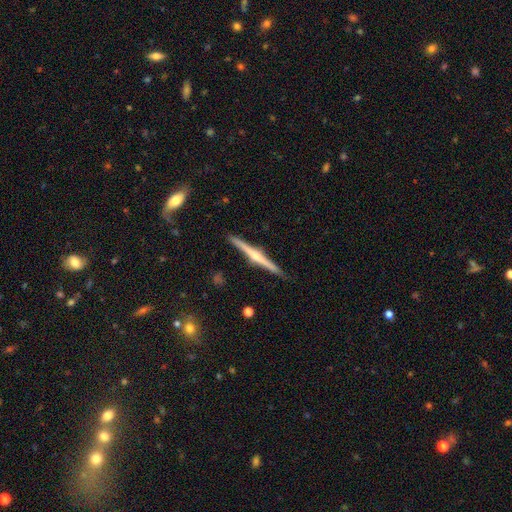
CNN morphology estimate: This is likely a featured or disk galaxy (76%). It is clearly viewed edge-on (98%). Edge-on bulge: clearly rounded (83%). Merging: clearly none (90%).